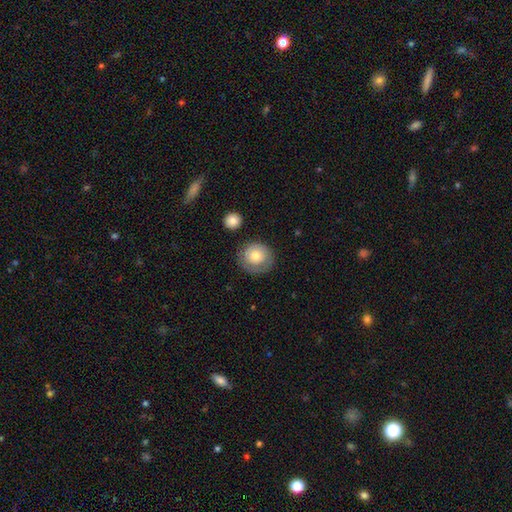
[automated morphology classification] This appears to be a smooth galaxy with no disk features (68%) that is round (86%). Merging: none (71%).